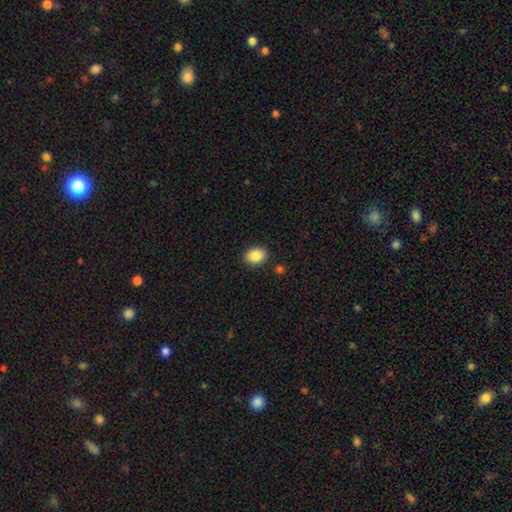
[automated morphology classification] smooth_or_featured: smooth (p=0.87) [alt: star or artifact p=0.08]
how_rounded: in between (p=0.62) [alt: round p=0.37]
merging: none (p=0.88) [alt: minor disturbance p=0.08]